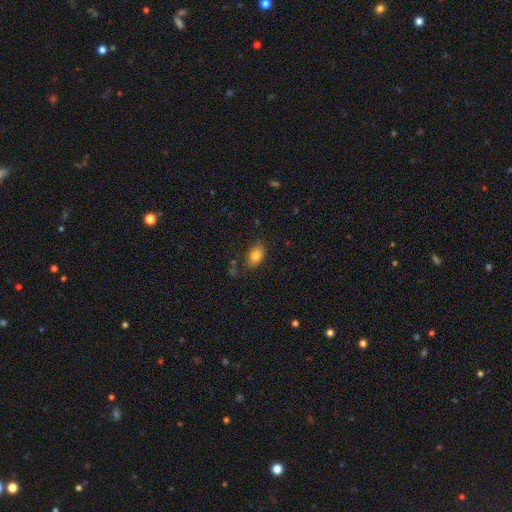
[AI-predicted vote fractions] smooth-or-featured: smooth: 81% | featured or disk: 9% | star or artifact: 9%
  how-rounded: in between: 84% | round: 14% | cigar-shaped: 2%
  merging: none: 80% | minor disturbance: 14% | major disturbance: 3% | merger: 2%